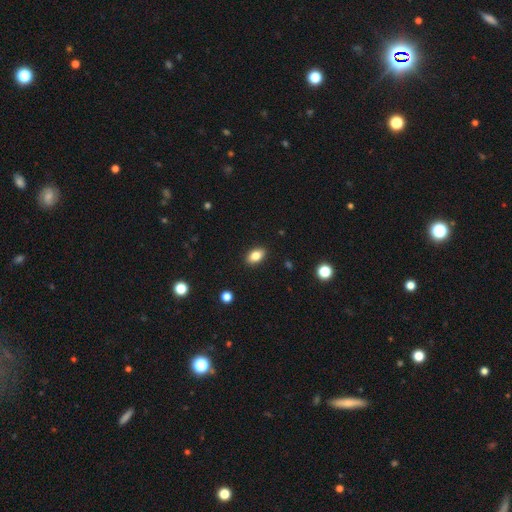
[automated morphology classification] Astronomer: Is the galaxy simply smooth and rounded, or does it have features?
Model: smooth — 82%.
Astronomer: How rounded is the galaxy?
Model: in between — 88%.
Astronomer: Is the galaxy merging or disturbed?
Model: none — 89%.